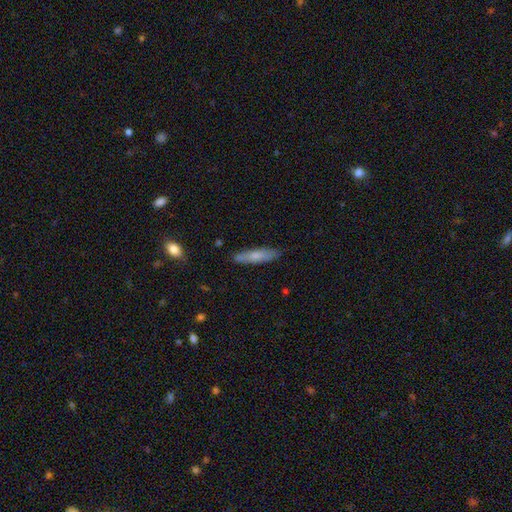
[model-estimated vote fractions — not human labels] Smooth or featured: smooth — 70% (featured or disk — 24%)
How rounded: cigar-shaped — 79% (in between — 20%)
Merging: none — 83% (minor disturbance — 13%)